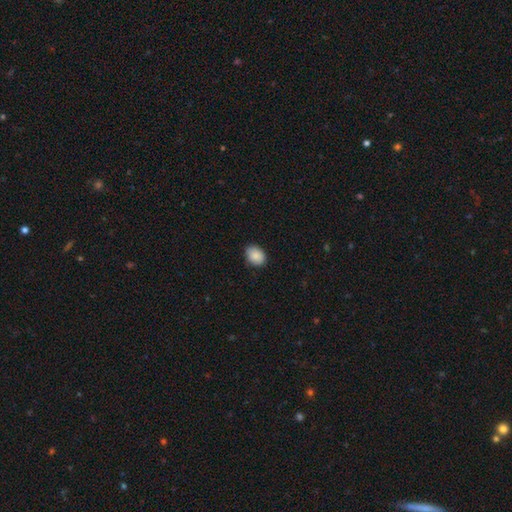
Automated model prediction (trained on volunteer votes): Overall: smooth (89%). How rounded: in between (66%; round 33%). Merging: none (86%).